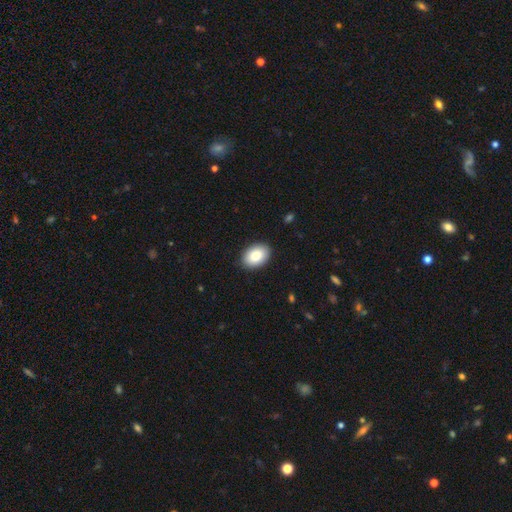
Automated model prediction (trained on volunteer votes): Smooth or featured: smooth — 84% (featured or disk — 9%)
How rounded: in between — 82% (round — 17%)
Merging: none — 90% (minor disturbance — 8%)